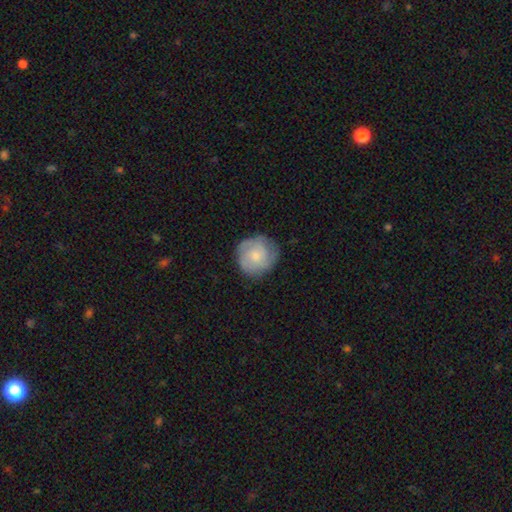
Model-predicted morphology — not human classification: This is possibly a smooth galaxy (54%). How rounded: clearly round (89%). Merging: likely none (76%).